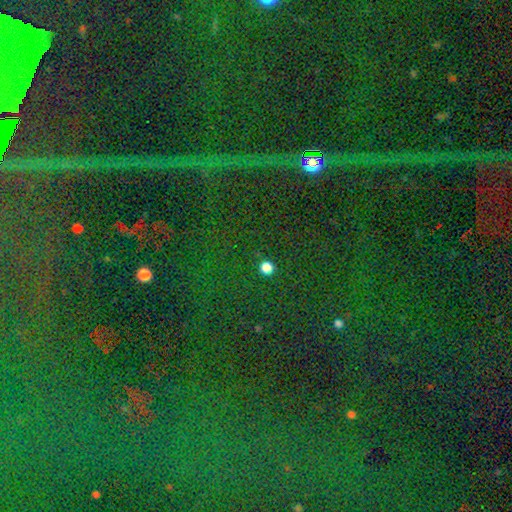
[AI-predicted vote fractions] Smooth or featured: star or artifact — 83% (smooth — 9%)